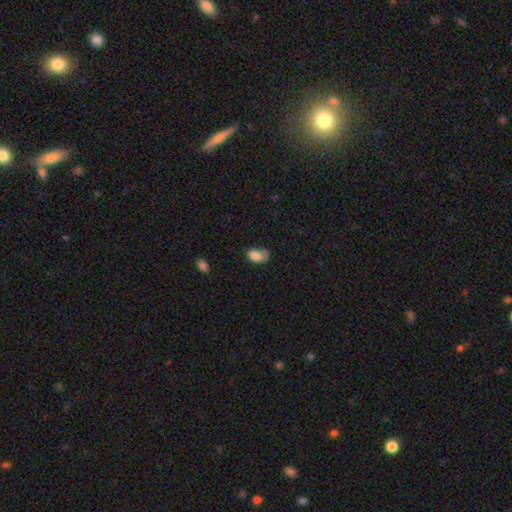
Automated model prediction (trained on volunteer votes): smooth 82%, featured or disk 10%, star or artifact 8%. Down the decision tree: how rounded — in between (85%); merging — none (41%).